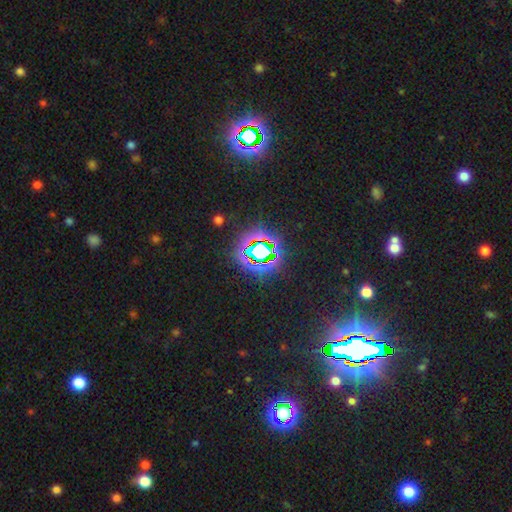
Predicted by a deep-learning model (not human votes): This is likely a star or artifact rather than a galaxy (77%).